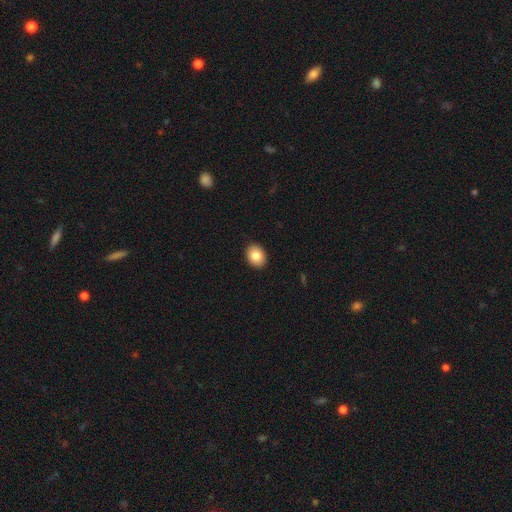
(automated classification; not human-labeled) A smooth galaxy with no disk features (84%) that is in between round and cigar-shaped (62%). Merging: none (91%).